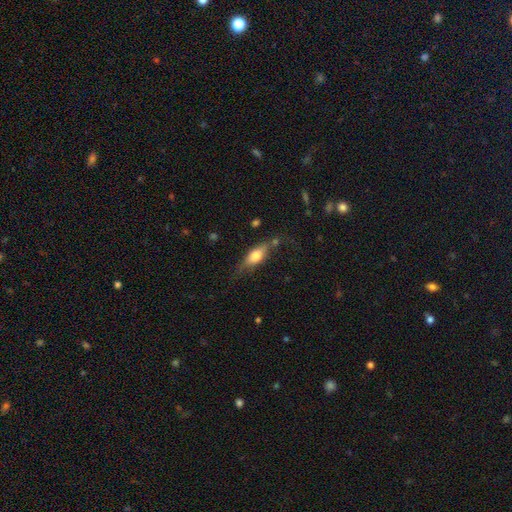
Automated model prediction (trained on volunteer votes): This appears to be a smooth galaxy with no disk features (58%) that is in between round and cigar-shaped (64%). Merging: none (59%).